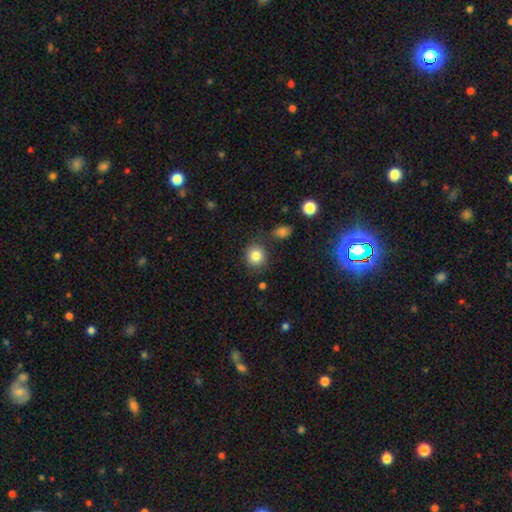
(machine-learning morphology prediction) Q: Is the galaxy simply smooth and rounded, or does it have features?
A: smooth — 84%.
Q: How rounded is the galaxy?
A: round — 85%.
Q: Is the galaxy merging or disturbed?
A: none — 80%.